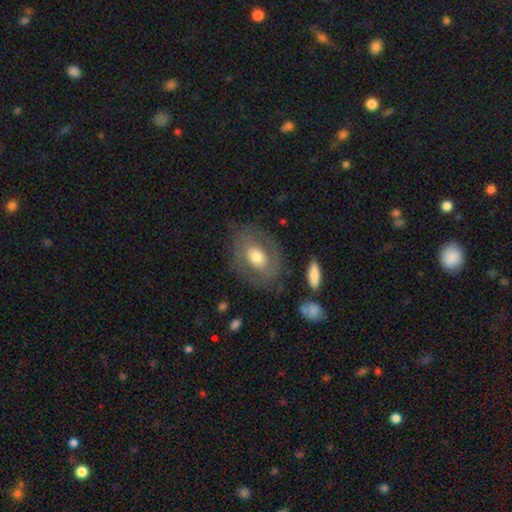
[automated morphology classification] type=smooth (47%); merging=none (75%).